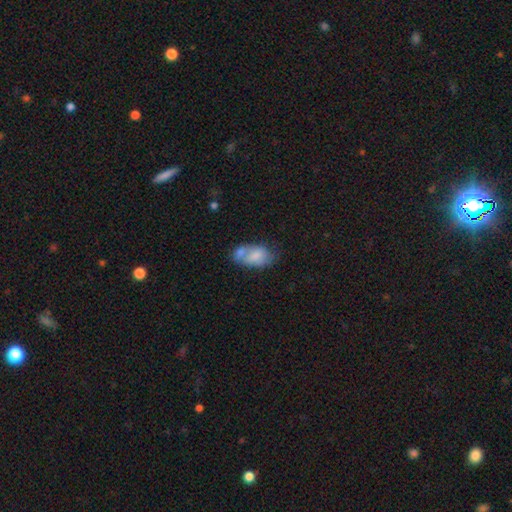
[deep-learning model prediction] A smooth galaxy with no disk features (72%) that is in between round and cigar-shaped (90%). Merging: merger (42%).